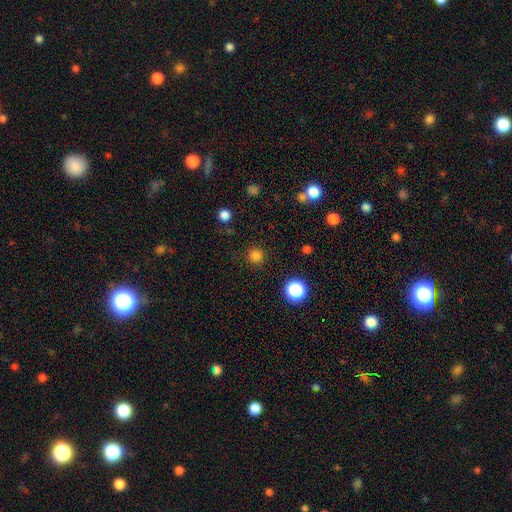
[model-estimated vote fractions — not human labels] This is clearly a smooth galaxy (80%). How rounded: clearly round (94%). Merging: clearly none (89%).